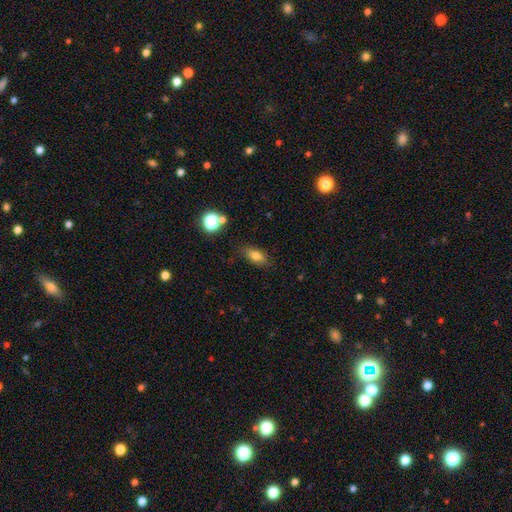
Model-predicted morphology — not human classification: smooth_or_featured: smooth (p=0.76) [alt: featured or disk p=0.13]
how_rounded: in between (p=0.79) [alt: cigar-shaped p=0.11]
merging: none (p=0.82) [alt: minor disturbance p=0.13]